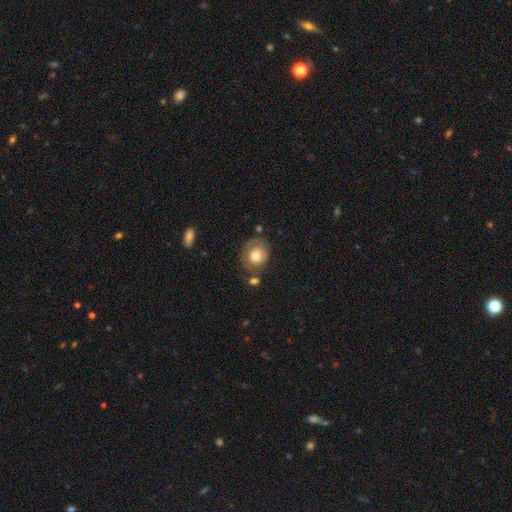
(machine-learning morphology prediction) Overall: smooth (68%). How rounded: round (71%). Merging: none (59%; minor disturbance 22%).